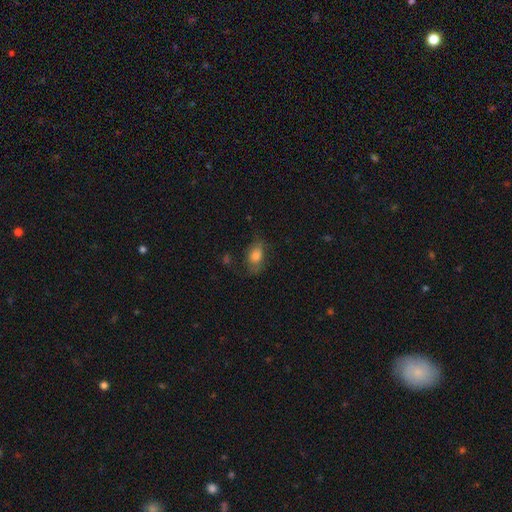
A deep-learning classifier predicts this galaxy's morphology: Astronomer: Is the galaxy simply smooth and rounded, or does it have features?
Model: smooth — 75%.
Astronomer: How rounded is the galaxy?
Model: in between — 83%.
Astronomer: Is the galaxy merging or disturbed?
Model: none — 60%.